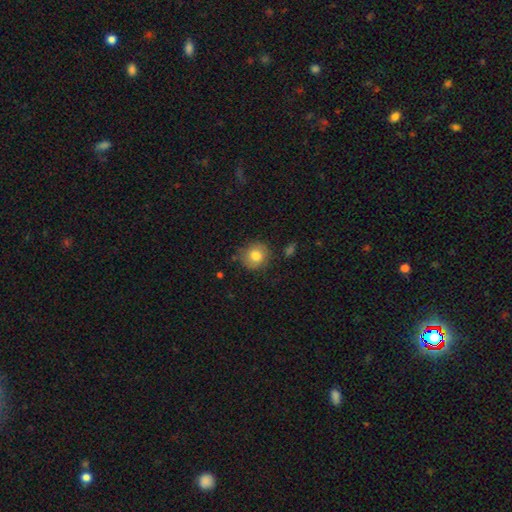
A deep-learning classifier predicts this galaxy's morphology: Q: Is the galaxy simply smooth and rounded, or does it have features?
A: smooth — 79%.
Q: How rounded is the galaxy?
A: round — 84%.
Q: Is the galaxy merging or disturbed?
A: none — 78%.